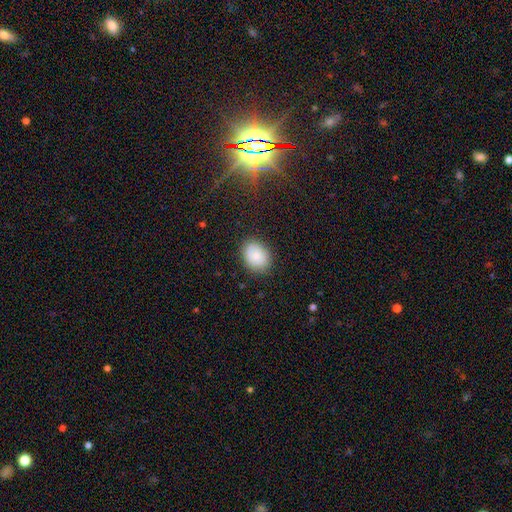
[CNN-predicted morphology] This is clearly a smooth galaxy (83%). How rounded: likely in between (63%). Merging: clearly none (85%).